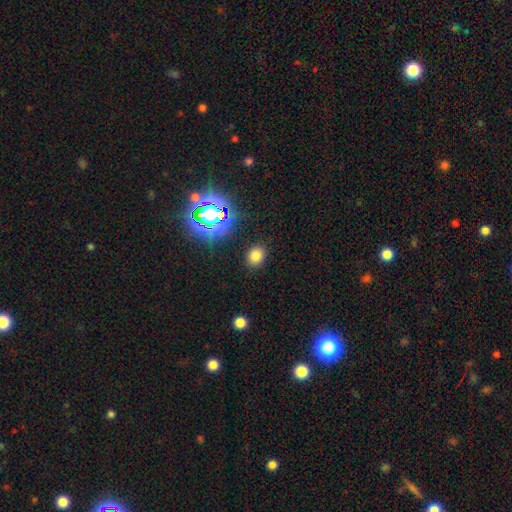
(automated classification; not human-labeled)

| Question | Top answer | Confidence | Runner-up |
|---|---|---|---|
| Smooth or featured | smooth | 74% | star or artifact (19%) |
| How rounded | in between | 51% | round (48%) |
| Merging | none | 87% | minor disturbance (8%) |